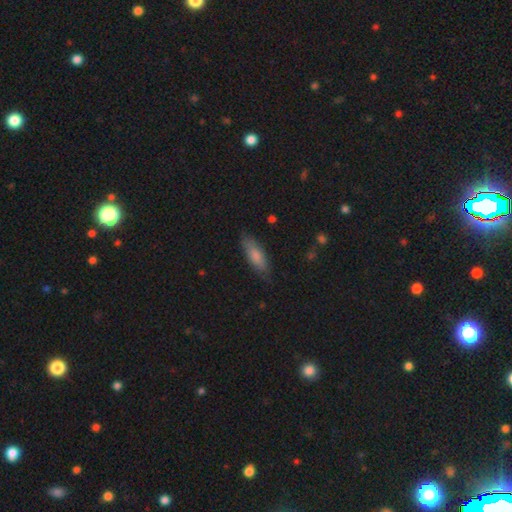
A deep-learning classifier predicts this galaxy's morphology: Smooth or featured? Predicted: smooth (p=0.78). How rounded? Predicted: in between (p=0.59). Merging? Predicted: none (p=0.78).